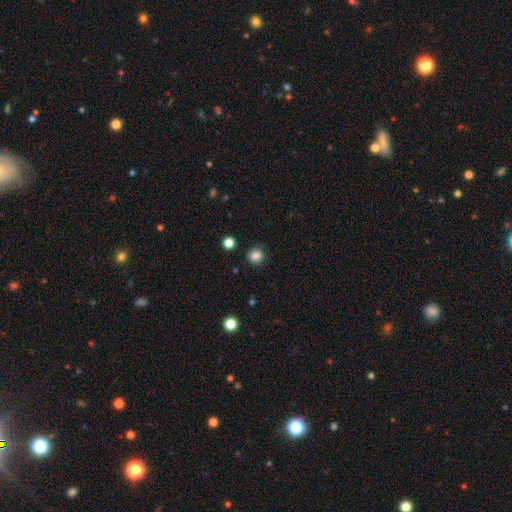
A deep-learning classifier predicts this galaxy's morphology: This is clearly a smooth galaxy (84%). How rounded: clearly round (85%). Merging: clearly none (87%).